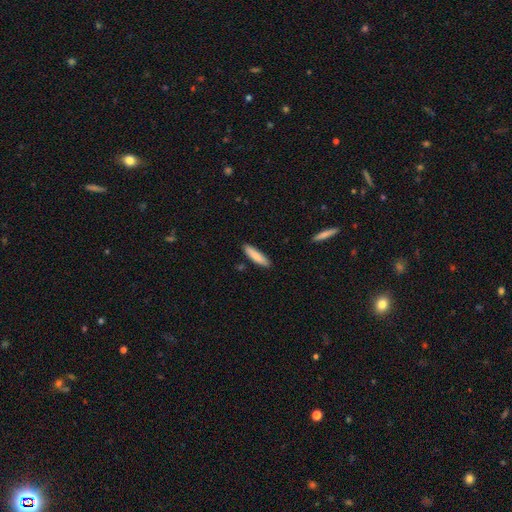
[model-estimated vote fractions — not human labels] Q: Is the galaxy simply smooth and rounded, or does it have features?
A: smooth — 85%.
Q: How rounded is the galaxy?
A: cigar-shaped — 74%.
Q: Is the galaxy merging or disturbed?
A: none — 88%.